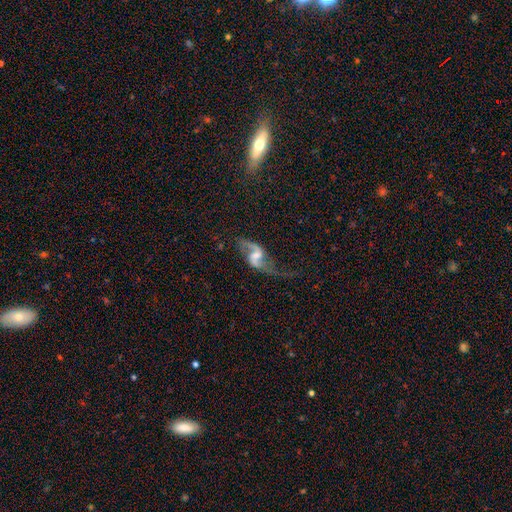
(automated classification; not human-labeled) This appears to be a featured or disk galaxy (87%) with a weak bar (54%), 2 (92%) loose (80%) spiral arms (96%) and a moderate central bulge (42%). Merging: none (55%).